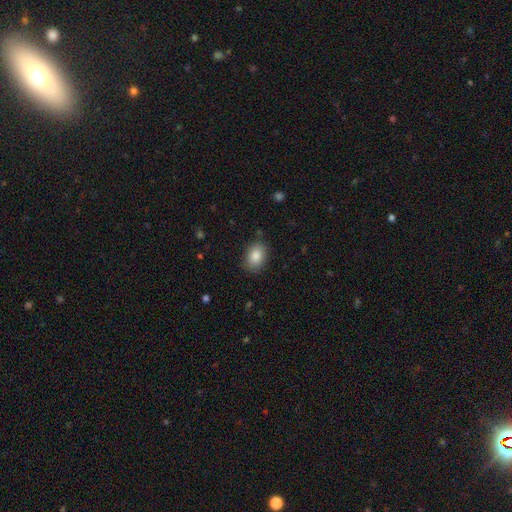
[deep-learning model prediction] A smooth galaxy with no disk features (86%) that is in between round and cigar-shaped (79%). Merging: none (84%).